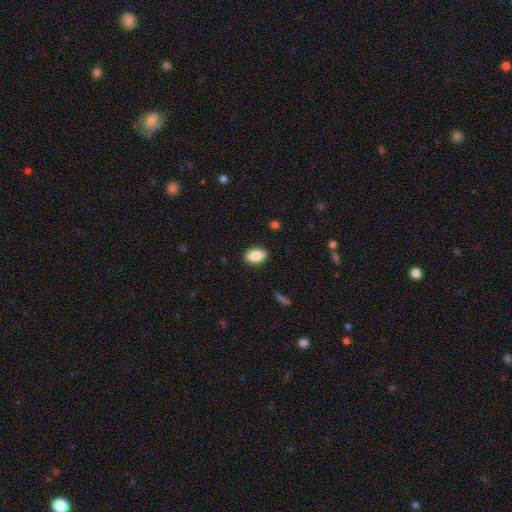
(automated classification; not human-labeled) This appears to be a smooth galaxy with no disk features (85%) that is in between round and cigar-shaped (89%). Merging: none (88%).